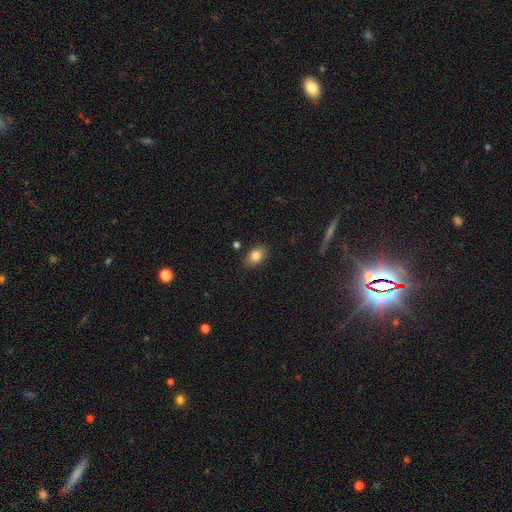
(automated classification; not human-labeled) This appears to be a smooth galaxy with no disk features (83%) that is in between round and cigar-shaped (82%). Merging: none (83%).